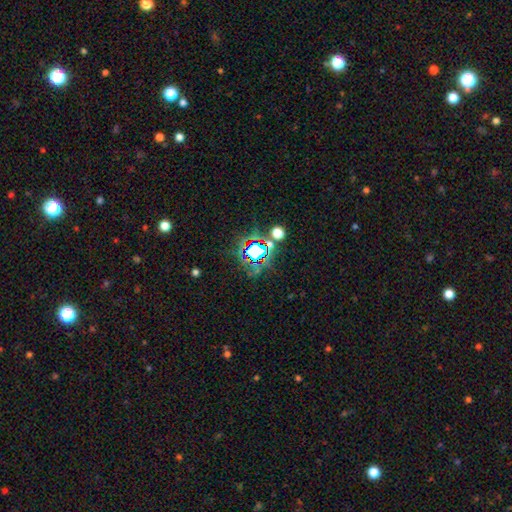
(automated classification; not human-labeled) A star or artifact, not a galaxy (68%).